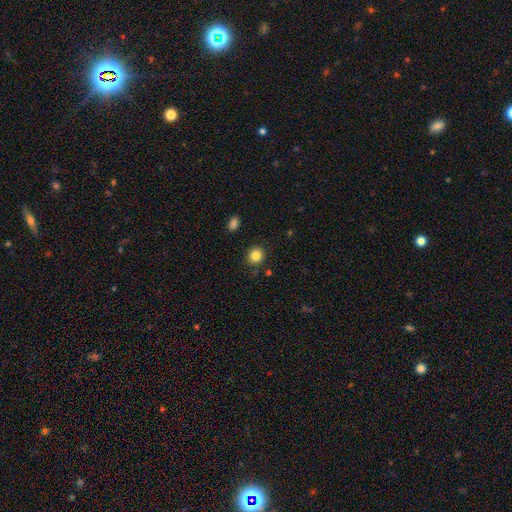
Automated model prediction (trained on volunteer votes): Smooth or featured?
  - smooth: 85% *
  - star or artifact: 10%
  - featured or disk: 5%
How rounded?
  - round: 81% *
  - in between: 18%
  - cigar-shaped: 1%
Merging?
  - none: 86% *
  - minor disturbance: 9%
  - major disturbance: 3%
  - merger: 2%